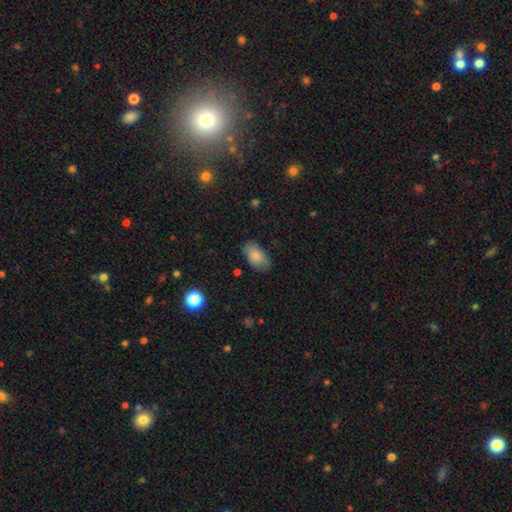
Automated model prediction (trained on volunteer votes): Overall: smooth (83%). How rounded: in between (93%). Merging: none (80%).